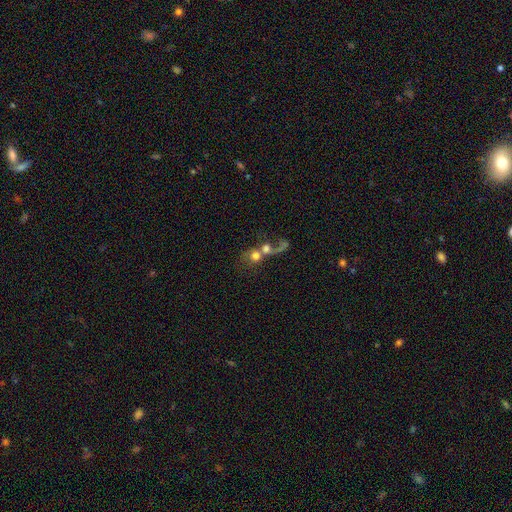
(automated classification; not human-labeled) Q: Smooth or featured?
A: smooth (53%); runner-up: featured or disk (36%)
Q: How rounded?
A: round (73%); runner-up: in between (24%)
Q: Merging?
A: merger (71%); runner-up: major disturbance (13%)